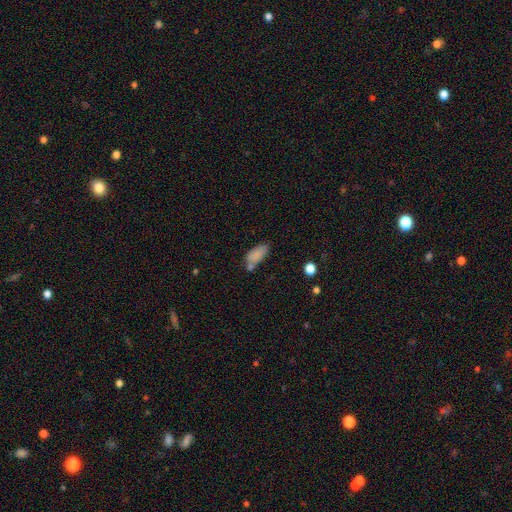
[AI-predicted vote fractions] Overall: smooth (82%). How rounded: in between (87%). Merging: none (52%; minor disturbance 22%).